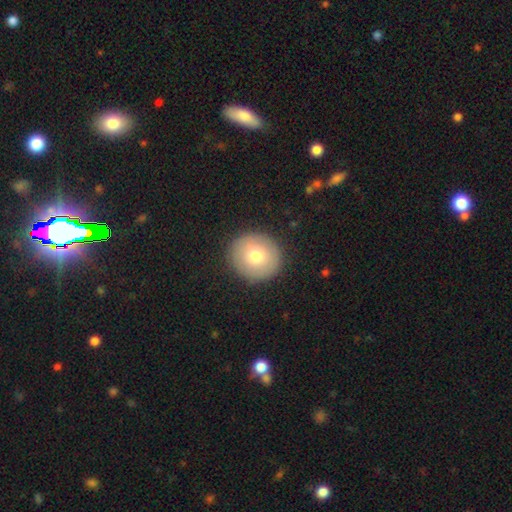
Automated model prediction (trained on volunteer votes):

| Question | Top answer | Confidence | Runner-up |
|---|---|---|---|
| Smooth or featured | smooth | 75% | featured or disk (17%) |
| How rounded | round | 92% | in between (7%) |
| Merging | none | 90% | minor disturbance (7%) |